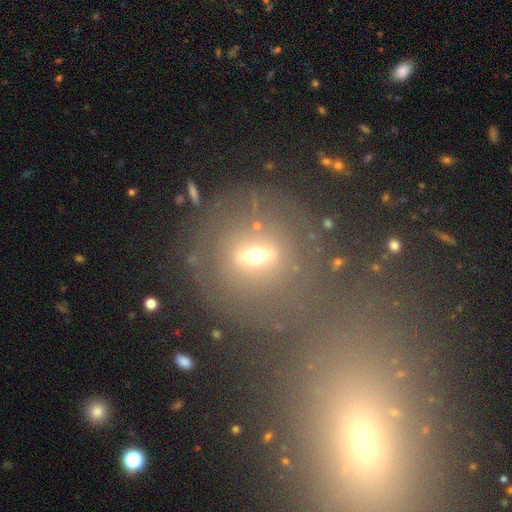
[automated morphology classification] This appears to be a featured or disk galaxy (50%). Merging: none (65%).